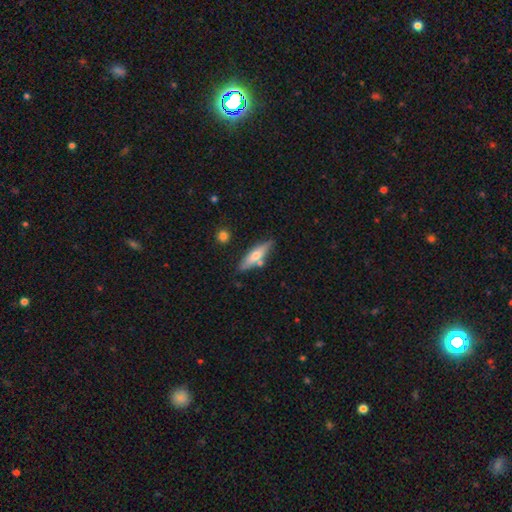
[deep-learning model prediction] This appears to be a smooth galaxy with no disk features (53%) that is cigar-shaped (71%). Merging: none (75%).